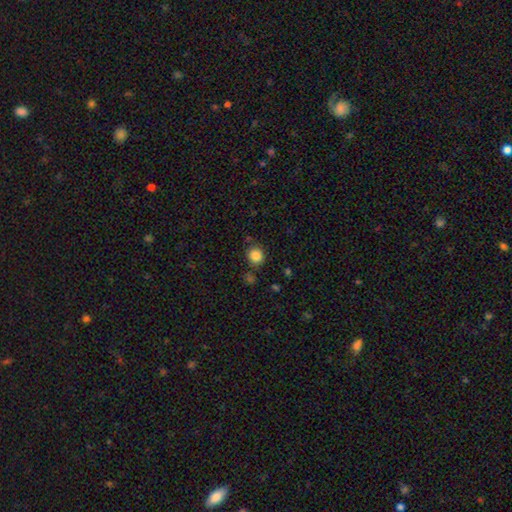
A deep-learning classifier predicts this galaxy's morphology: type=smooth (85%); roundness=round (85%); merging=none (80%).